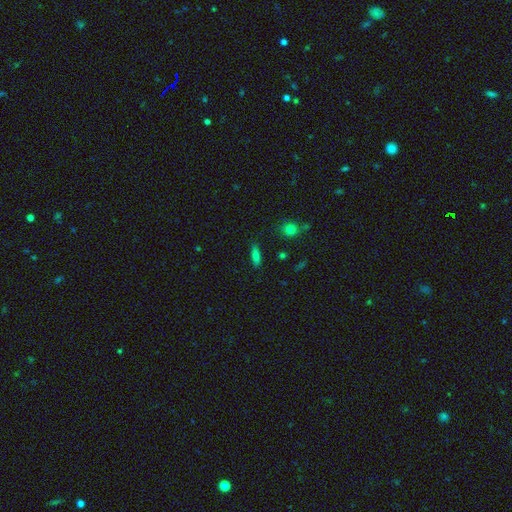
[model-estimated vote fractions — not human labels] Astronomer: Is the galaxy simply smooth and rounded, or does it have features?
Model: smooth — 69%.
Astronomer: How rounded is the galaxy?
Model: in between — 49% (runner-up: cigar-shaped, 46%).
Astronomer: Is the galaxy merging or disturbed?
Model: none — 83%.